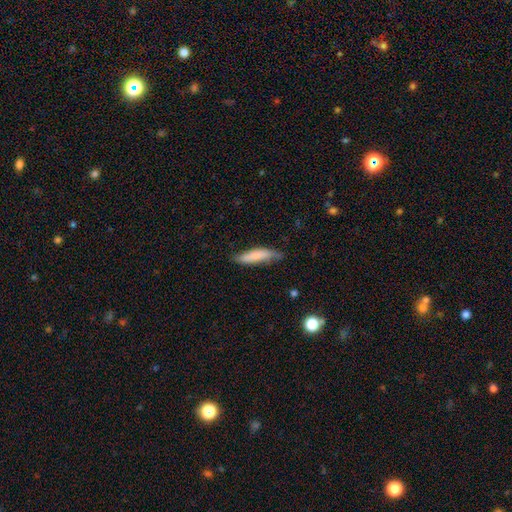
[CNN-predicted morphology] The model was most divided on "merging": none: 61%, minor disturbance: 31%, major disturbance: 6%, merger: 2%. More confident: smooth or featured — smooth (76%); how rounded — cigar-shaped (71%).